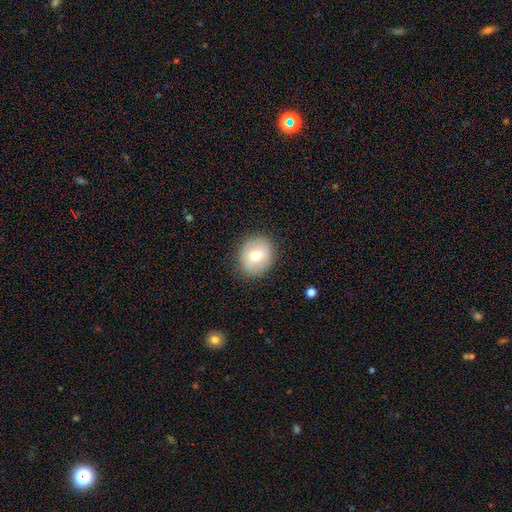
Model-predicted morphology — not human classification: smooth 69%, featured or disk 23%, star or artifact 8%. Down the decision tree: how rounded — round (68%); merging — none (87%).